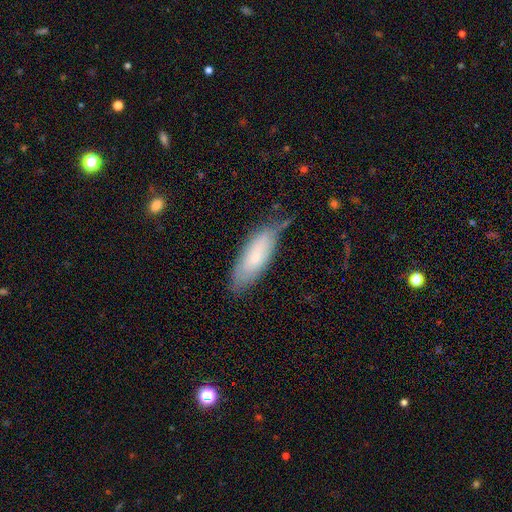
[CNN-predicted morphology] A smooth galaxy with no disk features (70%) that is in between round and cigar-shaped (65%).

Vote fractions:
- Smooth or featured? smooth: 70% / featured or disk: 24% / star or artifact: 7%
- How rounded? in between: 65% / cigar-shaped: 33% / round: 2%
- Merging? none: 65% / minor disturbance: 27% / major disturbance: 6% / merger: 2%